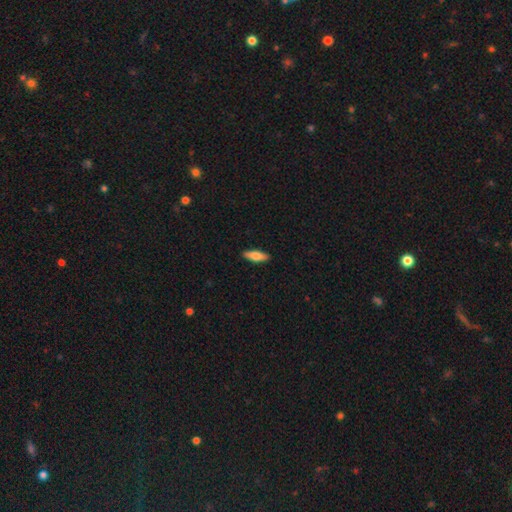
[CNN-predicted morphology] This is likely a smooth galaxy (72%). How rounded: possibly in between (59%). Merging: clearly none (90%).